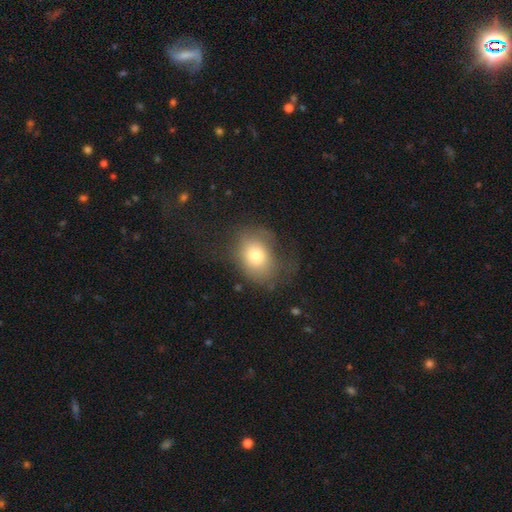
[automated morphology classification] The model was most divided on "how rounded": in between: 57%, round: 42%, cigar-shaped: 1%. More confident: smooth or featured — smooth (72%); merging — none (53%).